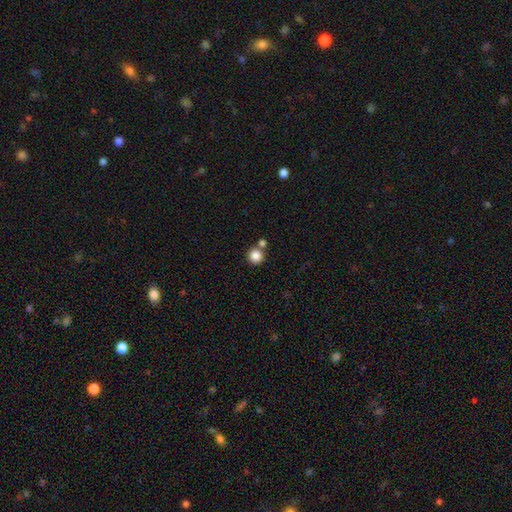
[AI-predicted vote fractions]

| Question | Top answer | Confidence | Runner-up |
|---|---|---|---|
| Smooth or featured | smooth | 85% | star or artifact (10%) |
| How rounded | round | 94% | in between (5%) |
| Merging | none | 69% | merger (21%) |